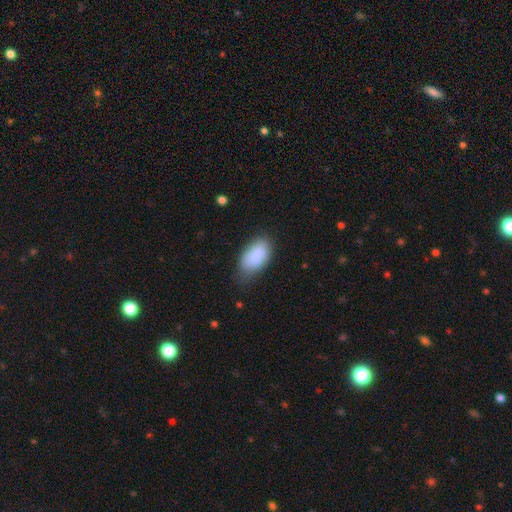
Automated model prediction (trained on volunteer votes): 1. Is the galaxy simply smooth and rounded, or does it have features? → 87% smooth, 7% featured or disk, 7% star or artifact.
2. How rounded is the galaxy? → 93% in between, 4% round, 2% cigar-shaped.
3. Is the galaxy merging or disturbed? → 59% none, 30% minor disturbance, 8% major disturbance, 2% merger.